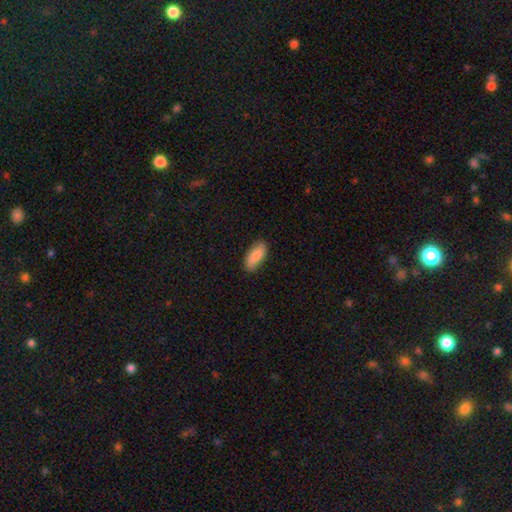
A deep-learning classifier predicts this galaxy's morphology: This is clearly a smooth galaxy (85%). How rounded: clearly in between (86%). Merging: clearly none (83%).